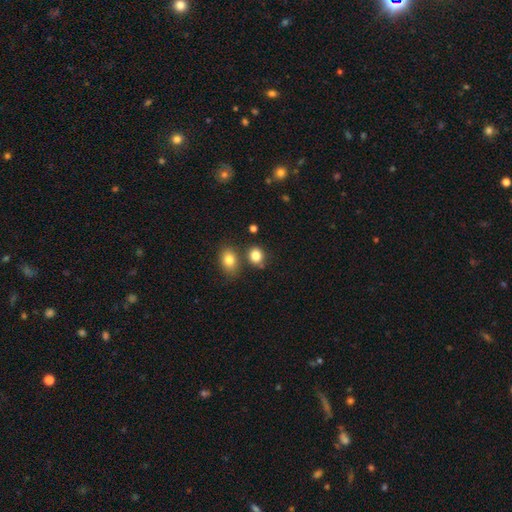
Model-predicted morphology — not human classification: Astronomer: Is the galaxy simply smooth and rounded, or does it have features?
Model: smooth — 83%.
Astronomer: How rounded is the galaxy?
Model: round — 57% (runner-up: in between, 42%).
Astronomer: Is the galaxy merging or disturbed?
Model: none — 69%.